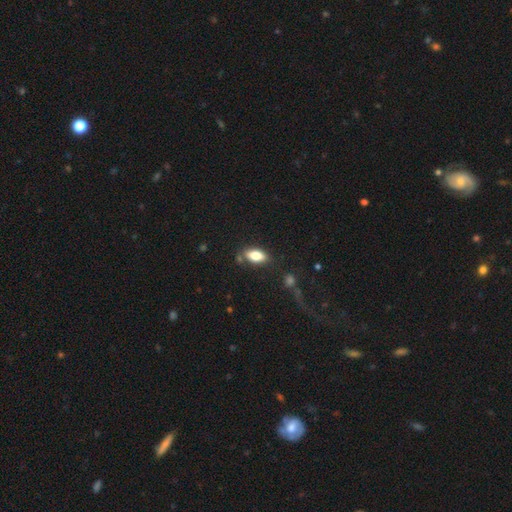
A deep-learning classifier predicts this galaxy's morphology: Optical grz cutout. It shows a smooth galaxy with no disk features (80%) that is in between round and cigar-shaped (89%). Merging: none (77%).